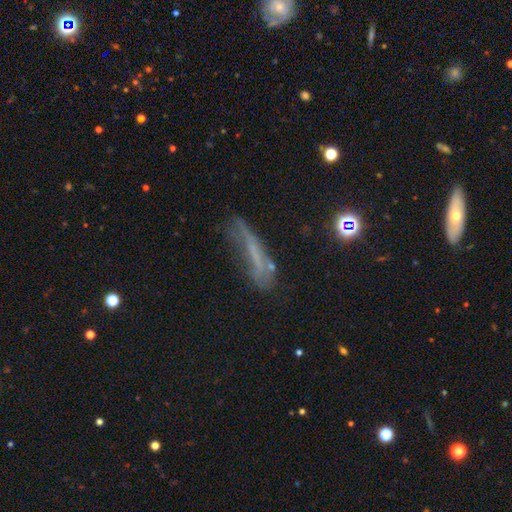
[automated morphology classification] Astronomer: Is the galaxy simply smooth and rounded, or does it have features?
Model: smooth — 41% (runner-up: featured or disk, 39%).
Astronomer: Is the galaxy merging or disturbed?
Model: none — 42% (runner-up: minor disturbance, 27%).